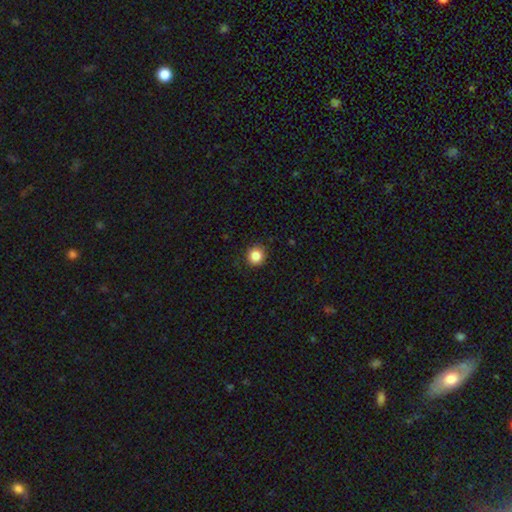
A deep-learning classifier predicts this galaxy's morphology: The model was most divided on "smooth or featured": smooth: 85%, star or artifact: 11%, featured or disk: 5%. More confident: how rounded — round (92%); merging — none (91%).